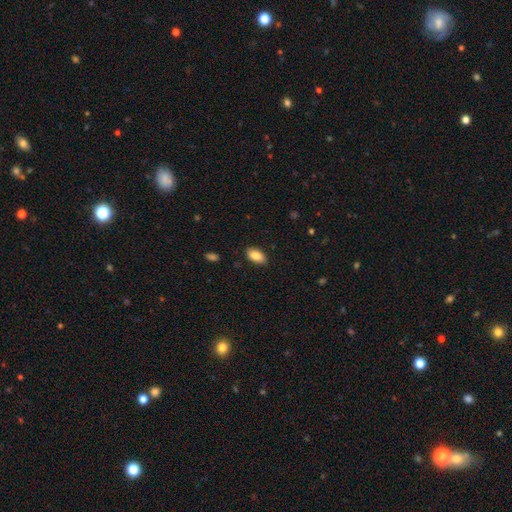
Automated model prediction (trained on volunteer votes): A smooth galaxy with no disk features (88%) that is in between round and cigar-shaped (93%). Merging: none (86%).